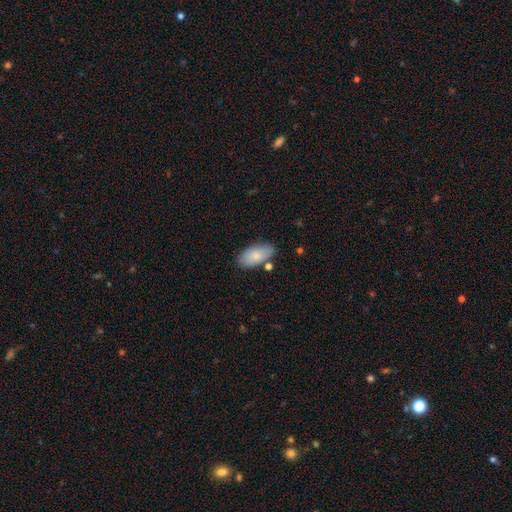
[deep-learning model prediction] smooth-or-featured: smooth: 82% | featured or disk: 12% | star or artifact: 6%
  how-rounded: in between: 94% | cigar-shaped: 3% | round: 3%
  merging: none: 78% | minor disturbance: 14% | merger: 5% | major disturbance: 3%